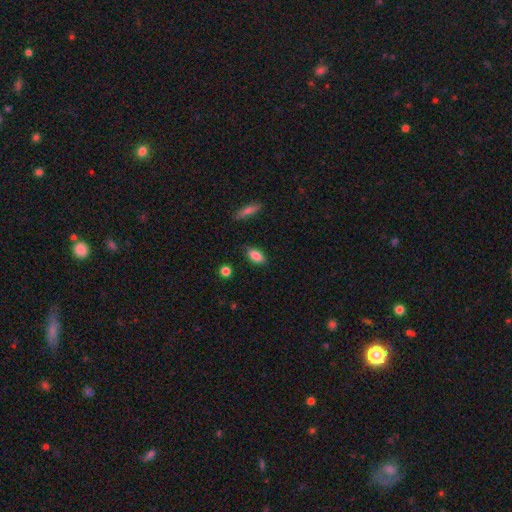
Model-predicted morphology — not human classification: This is clearly a smooth galaxy (86%). How rounded: clearly in between (88%). Merging: clearly none (84%).